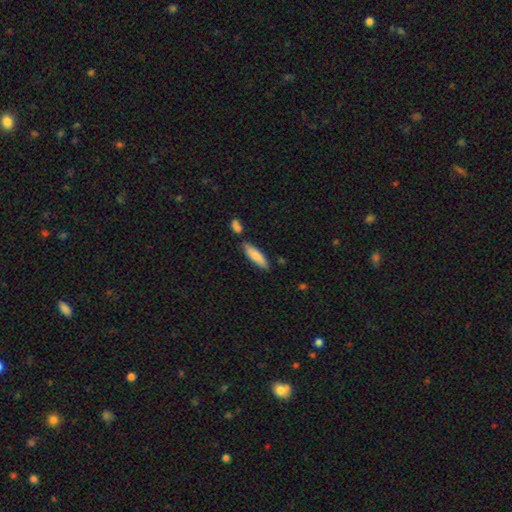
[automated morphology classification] type=smooth (82%); roundness=cigar-shaped (62%); merging=none (72%).